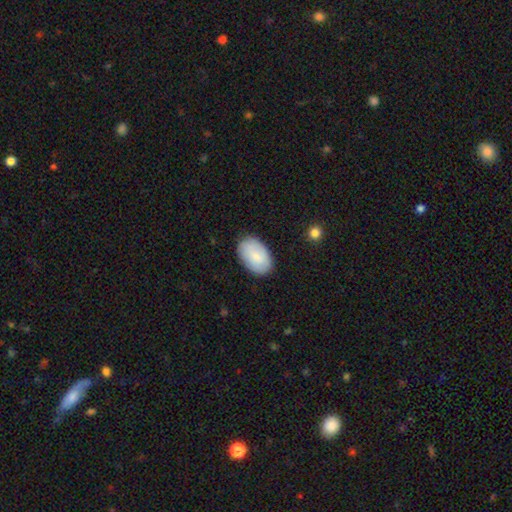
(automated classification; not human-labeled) A smooth galaxy with no disk features (82%) that is in between round and cigar-shaped (93%). Merging: none (84%).